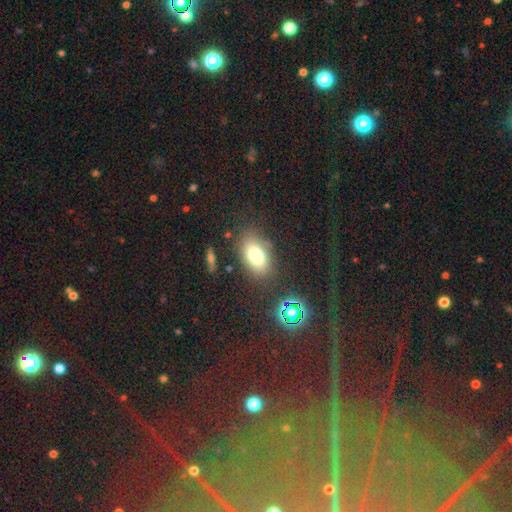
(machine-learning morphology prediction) A smooth galaxy with no disk features (77%) that is in between round and cigar-shaped (88%). Merging: none (78%).